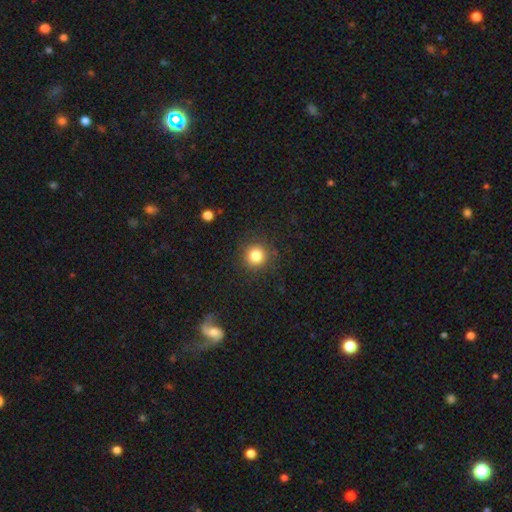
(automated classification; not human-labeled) This is clearly a smooth galaxy (82%). How rounded: clearly round (94%). Merging: clearly none (90%).